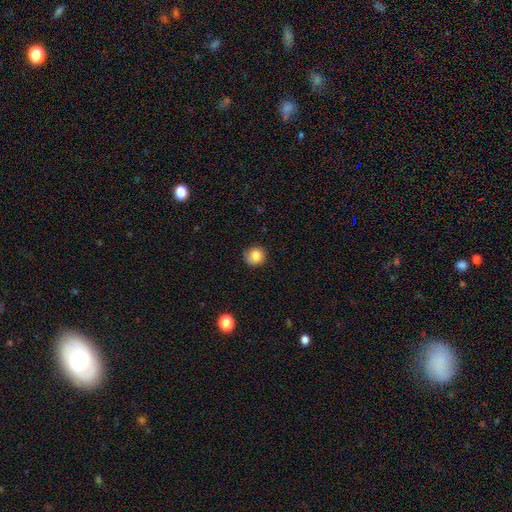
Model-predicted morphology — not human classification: Smooth or featured? smooth (82%)
How rounded? round (86%)
Merging? none (69%)